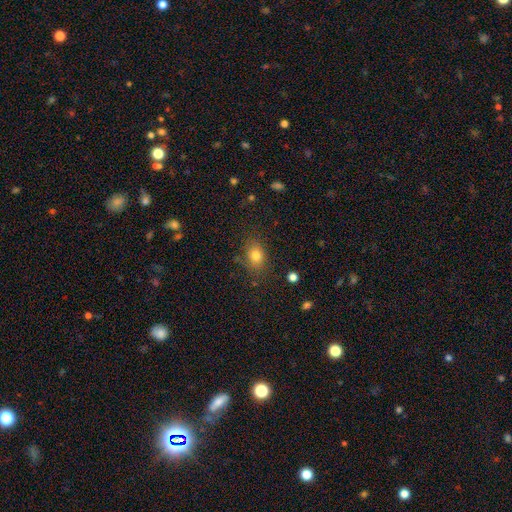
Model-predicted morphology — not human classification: This appears to be a smooth galaxy with no disk features (79%) that is in between round and cigar-shaped (69%). Merging: none (79%).